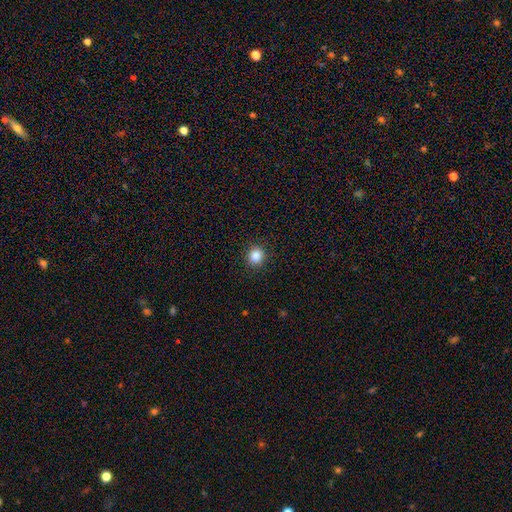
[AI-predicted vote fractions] This appears to be a smooth galaxy with no disk features (86%) that is round (88%). Merging: none (91%).